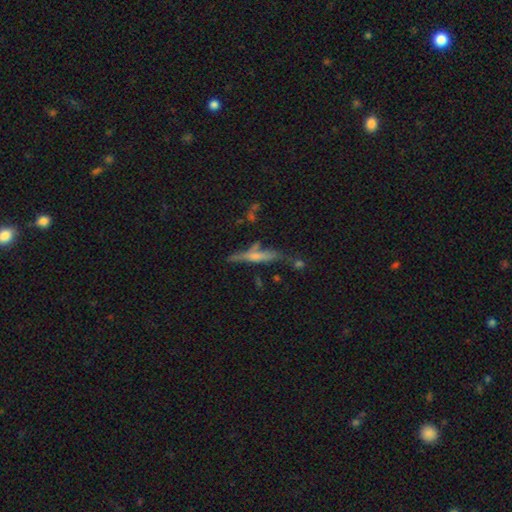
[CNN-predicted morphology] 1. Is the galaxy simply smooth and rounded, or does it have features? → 53% featured or disk, 37% smooth, 10% star or artifact.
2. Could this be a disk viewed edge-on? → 92% yes, 8% no.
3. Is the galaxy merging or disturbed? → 67% none, 18% minor disturbance, 9% merger, 6% major disturbance.